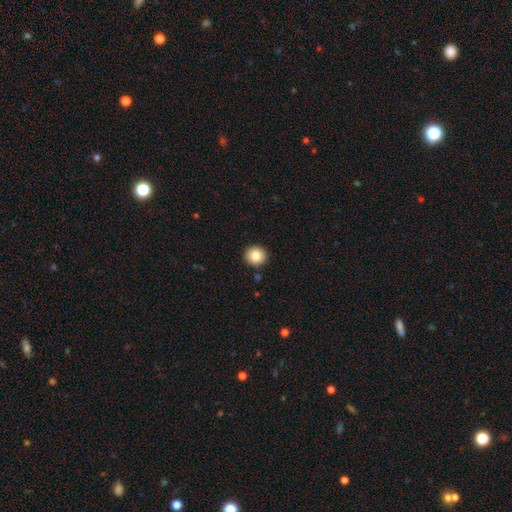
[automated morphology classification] A smooth galaxy with no disk features (83%) that is round (90%). Merging: none (91%).